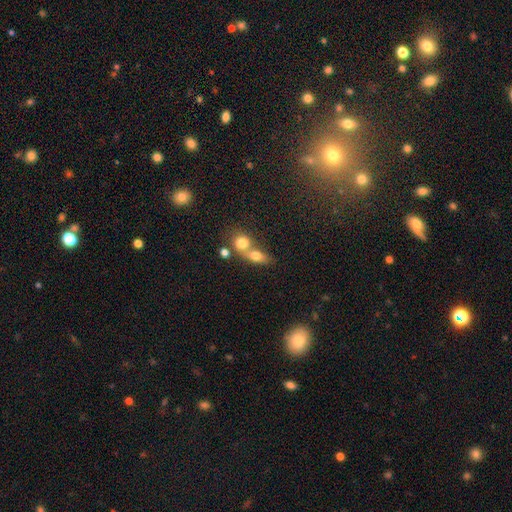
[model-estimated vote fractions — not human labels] A smooth galaxy with no disk features (73%) that is in between round and cigar-shaped (53%).

Vote fractions:
- Smooth or featured? smooth: 73% / featured or disk: 17% / star or artifact: 10%
- How rounded? in between: 53% / round: 41% / cigar-shaped: 7%
- Merging? merger: 64% / none: 24% / minor disturbance: 7% / major disturbance: 4%